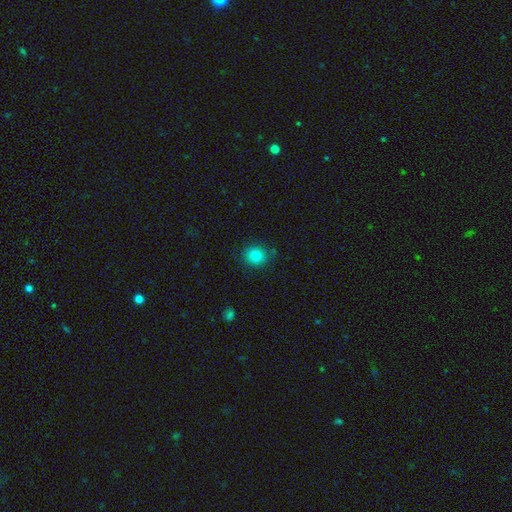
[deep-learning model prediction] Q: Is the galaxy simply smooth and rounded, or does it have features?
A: smooth — 85%.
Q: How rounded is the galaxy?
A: round — 84%.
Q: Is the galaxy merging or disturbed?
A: none — 85%.